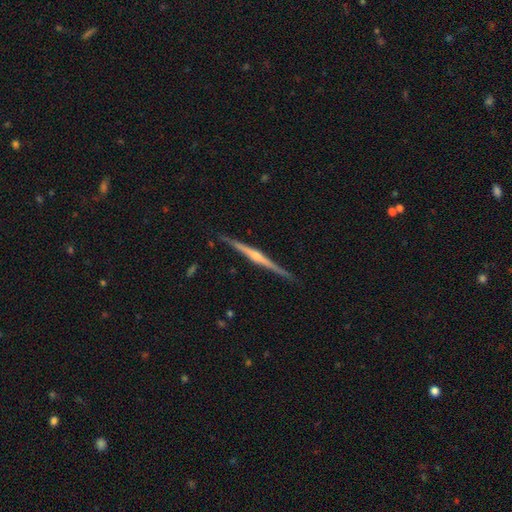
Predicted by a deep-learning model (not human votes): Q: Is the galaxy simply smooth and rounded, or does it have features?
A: featured or disk — 85%.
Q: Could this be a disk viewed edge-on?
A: yes — 99%.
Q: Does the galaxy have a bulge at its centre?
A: rounded — 76%.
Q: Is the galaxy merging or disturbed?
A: none — 91%.